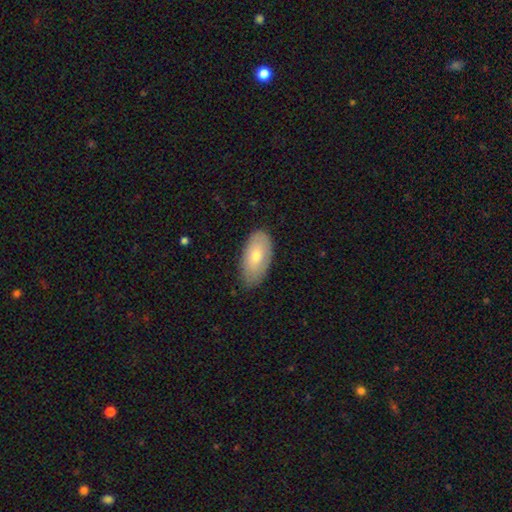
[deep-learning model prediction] A smooth galaxy with no disk features (69%) that is in between round and cigar-shaped (94%).

Vote fractions:
- Smooth or featured? smooth: 69% / featured or disk: 25% / star or artifact: 6%
- How rounded? in between: 94% / cigar-shaped: 3% / round: 3%
- Merging? none: 77% / minor disturbance: 19% / major disturbance: 3% / merger: 1%